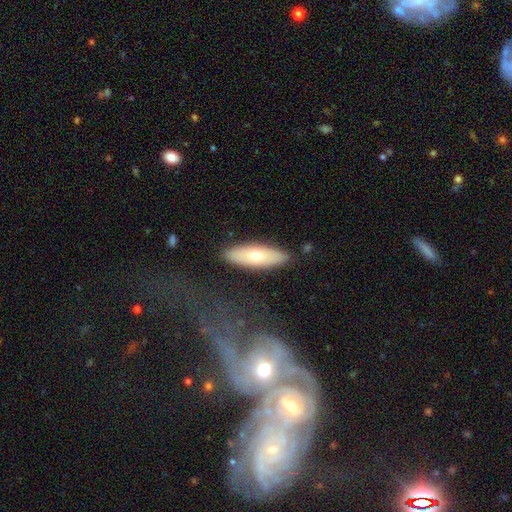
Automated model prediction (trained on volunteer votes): Smooth or featured? Predicted: smooth (p=0.59). How rounded? Predicted: in between (p=0.60). Merging? Predicted: none (p=0.85).